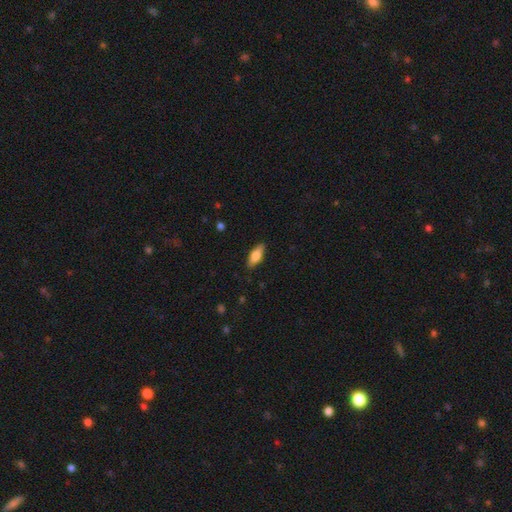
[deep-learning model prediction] smooth_or_featured: smooth (p=0.66) [alt: featured or disk p=0.27]
how_rounded: in between (p=0.67) [alt: cigar-shaped p=0.31]
merging: none (p=0.86) [alt: minor disturbance p=0.10]